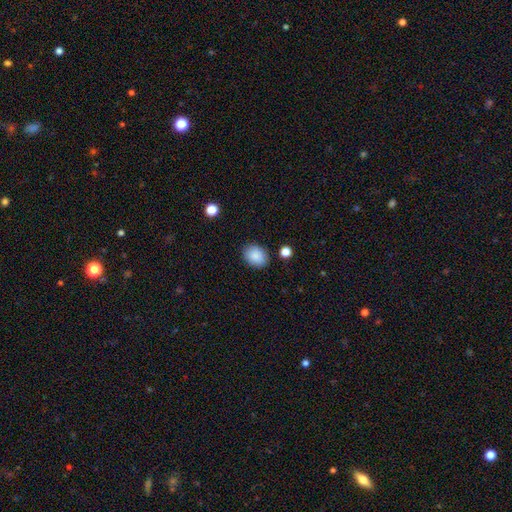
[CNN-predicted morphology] smooth_or_featured: smooth (p=0.87) [alt: star or artifact p=0.08]
how_rounded: in between (p=0.63) [alt: round p=0.36]
merging: none (p=0.86) [alt: minor disturbance p=0.10]